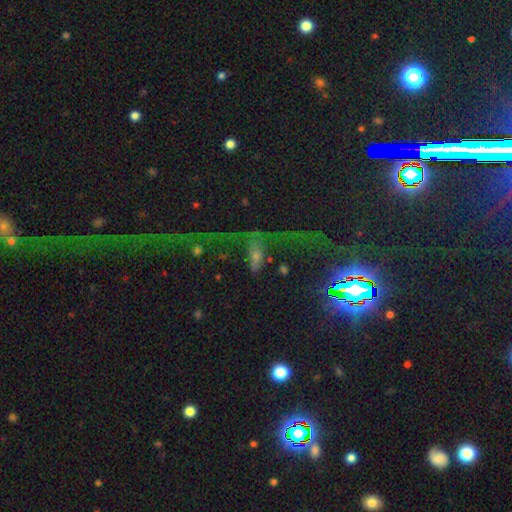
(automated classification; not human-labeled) star or artifact 37%, featured or disk 35%, smooth 28%.